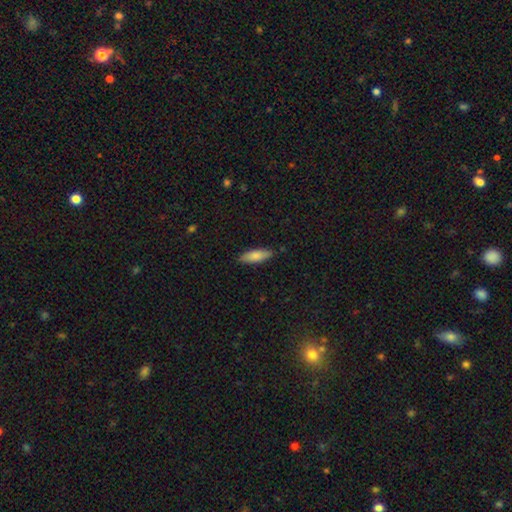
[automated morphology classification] This is likely a smooth galaxy (79%). How rounded: possibly in between (59%). Merging: clearly none (86%).